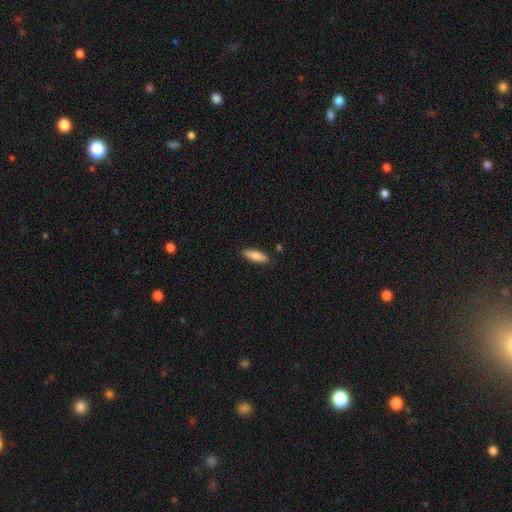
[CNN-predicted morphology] A smooth galaxy with no disk features (83%) that is in between round and cigar-shaped (50%).

Vote fractions:
- Smooth or featured? smooth: 83% / featured or disk: 11% / star or artifact: 6%
- How rounded? in between: 50% / cigar-shaped: 48% / round: 2%
- Merging? none: 88% / minor disturbance: 9% / major disturbance: 2% / merger: 2%